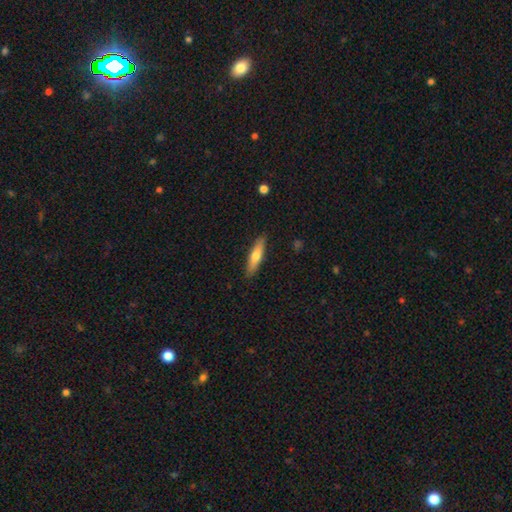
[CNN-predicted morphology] The model was most divided on "smooth or featured": smooth: 66%, featured or disk: 28%, star or artifact: 6%. More confident: merging — none (89%); how rounded — cigar-shaped (74%).